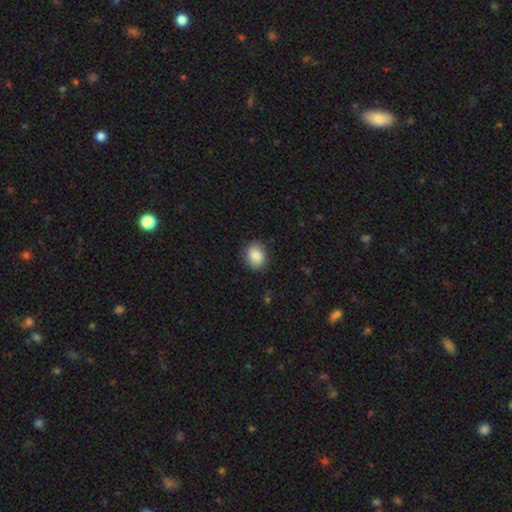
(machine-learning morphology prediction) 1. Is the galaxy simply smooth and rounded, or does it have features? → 86% smooth, 8% star or artifact, 6% featured or disk.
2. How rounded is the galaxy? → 55% round, 44% in between, 1% cigar-shaped.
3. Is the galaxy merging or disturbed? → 86% none, 10% minor disturbance, 3% major disturbance, 1% merger.